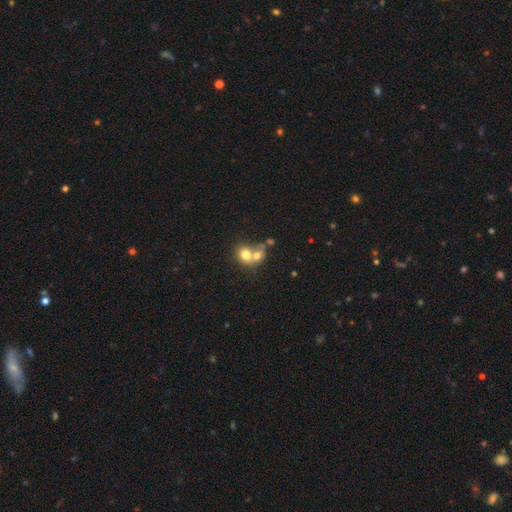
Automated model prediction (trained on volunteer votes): Smooth or featured: smooth — 69% (featured or disk — 19%)
How rounded: round — 64% (in between — 35%)
Merging: merger — 64% (none — 26%)